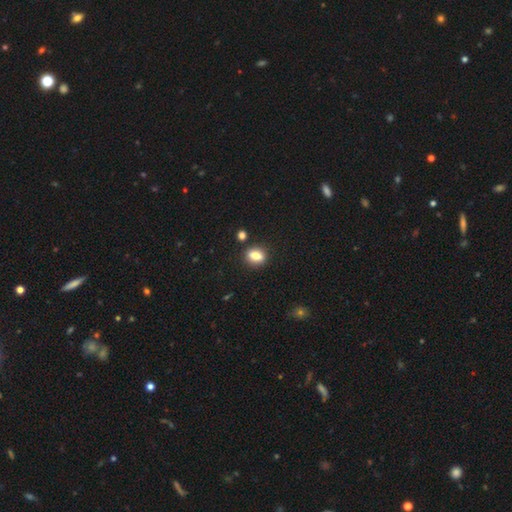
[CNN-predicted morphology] Smooth or featured?
  - smooth: 81% *
  - featured or disk: 10%
  - star or artifact: 9%
How rounded?
  - in between: 67% *
  - round: 28%
  - cigar-shaped: 4%
Merging?
  - none: 80% *
  - minor disturbance: 11%
  - merger: 6%
  - major disturbance: 3%